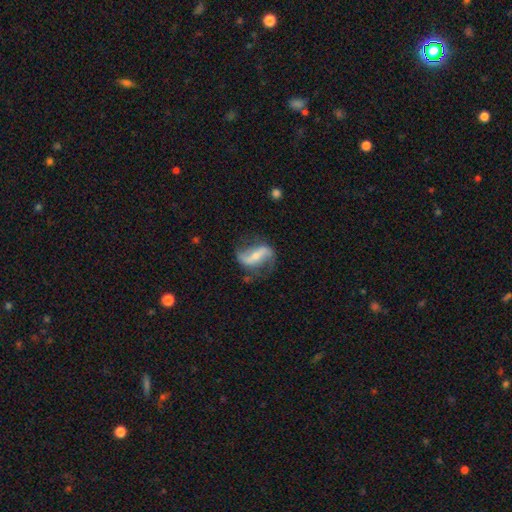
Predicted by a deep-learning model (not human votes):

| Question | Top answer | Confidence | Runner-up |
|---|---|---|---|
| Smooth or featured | featured or disk | 82% | smooth (13%) |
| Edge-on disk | no | 93% | yes (7%) |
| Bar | strong | 57% | weak (26%) |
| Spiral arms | yes | 91% | no (9%) |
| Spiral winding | loose | 70% | medium (22%) |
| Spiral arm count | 2 | 90% | 1 (4%) |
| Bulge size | small | 55% | moderate (35%) |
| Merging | none | 68% | minor disturbance (19%) |